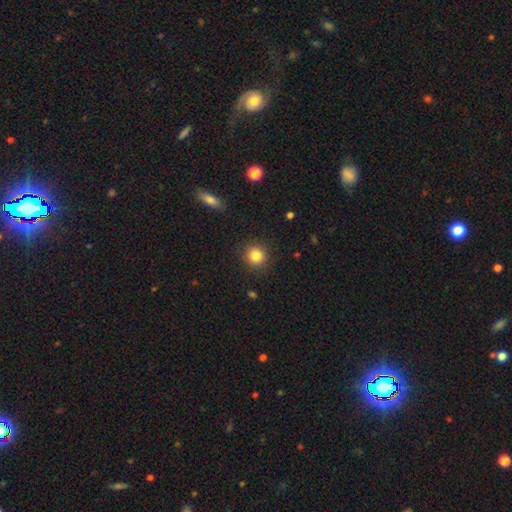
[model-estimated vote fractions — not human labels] This appears to be a smooth galaxy with no disk features (84%) that is round (90%). Merging: none (90%).